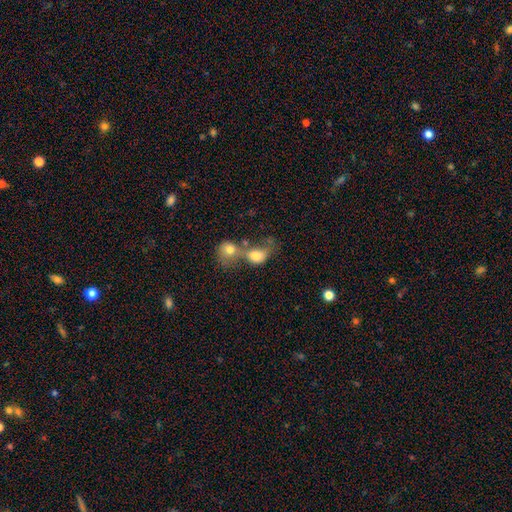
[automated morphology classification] The model was most divided on "how rounded": in between: 52%, round: 47%, cigar-shaped: 2%. More confident: smooth or featured — smooth (75%); merging — merger (72%).